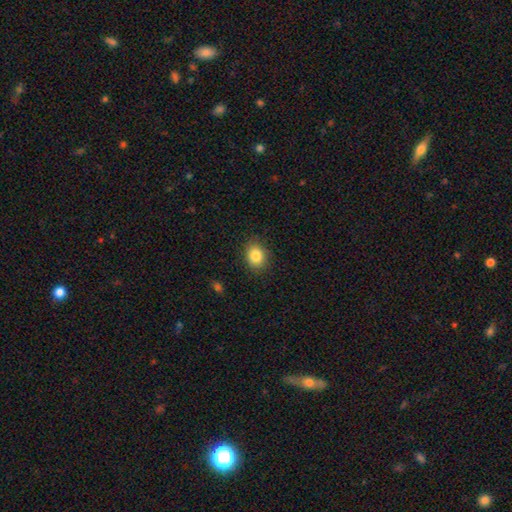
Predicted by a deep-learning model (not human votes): Smooth or featured? Predicted: smooth (p=0.85). How rounded? Predicted: in between (p=0.55). Merging? Predicted: none (p=0.87).